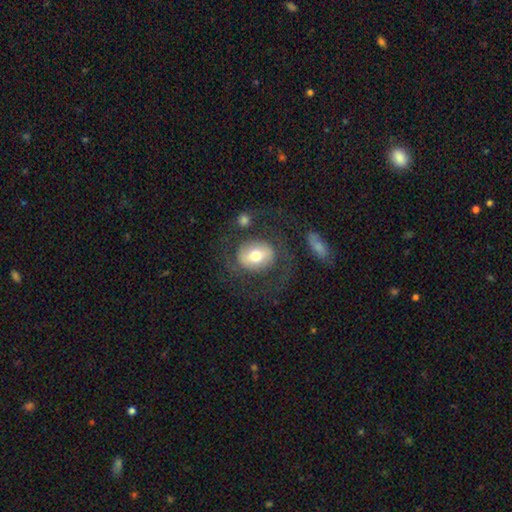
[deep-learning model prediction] Smooth or featured?
  - smooth: 49% *
  - featured or disk: 44%
  - star or artifact: 7%
Merging?
  - none: 61% *
  - major disturbance: 19%
  - minor disturbance: 14%
  - merger: 6%